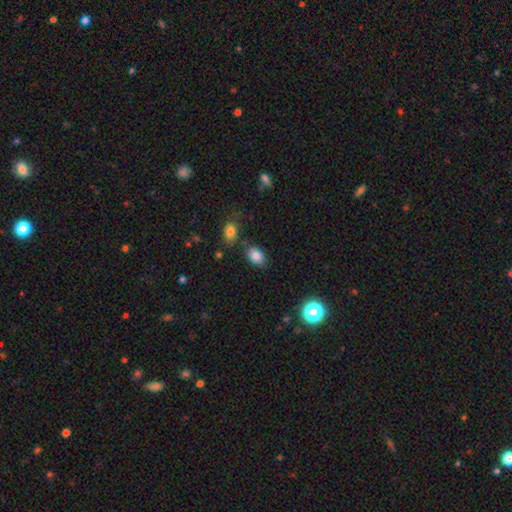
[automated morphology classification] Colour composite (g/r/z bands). It shows a smooth galaxy with no disk features (85%) that is in between round and cigar-shaped (81%). Merging: none (79%).